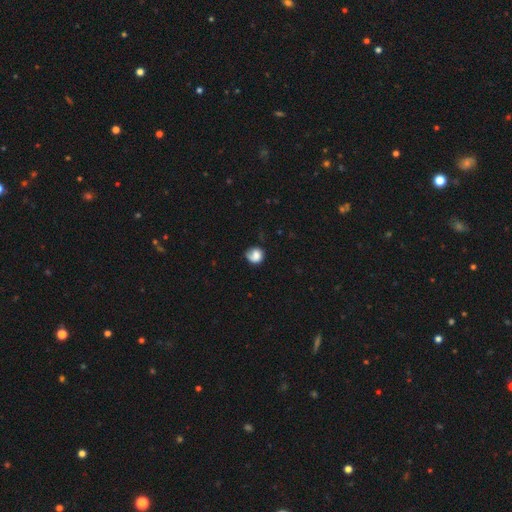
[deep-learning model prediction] Smooth or featured: smooth — 72% (featured or disk — 19%)
How rounded: round — 78% (in between — 21%)
Merging: none — 52% (minor disturbance — 29%)